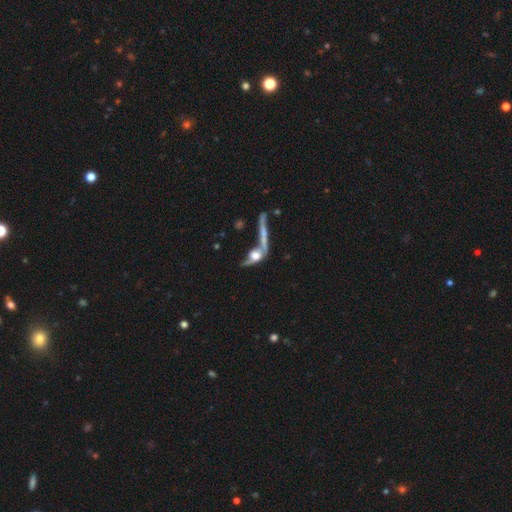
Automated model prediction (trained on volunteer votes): The model was most divided on "merging": merger: 40%, none: 30%, major disturbance: 17%, minor disturbance: 13%. More confident: edge-on disk — yes (58%); smooth or featured — featured or disk (51%).